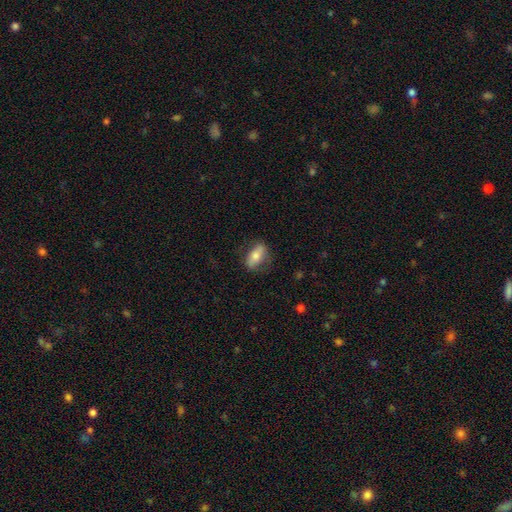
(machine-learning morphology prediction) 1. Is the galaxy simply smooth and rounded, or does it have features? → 66% smooth, 27% featured or disk, 7% star or artifact.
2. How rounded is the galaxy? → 84% in between, 11% cigar-shaped, 5% round.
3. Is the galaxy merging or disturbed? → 73% none, 18% minor disturbance, 7% major disturbance, 1% merger.